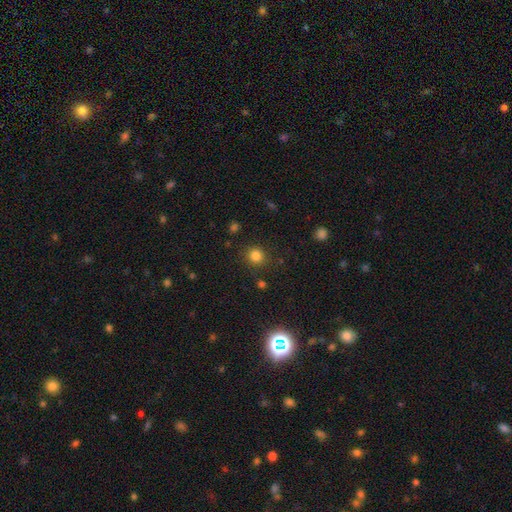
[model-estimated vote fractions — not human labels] Smooth or featured? smooth (81%)
How rounded? round (90%)
Merging? none (87%)